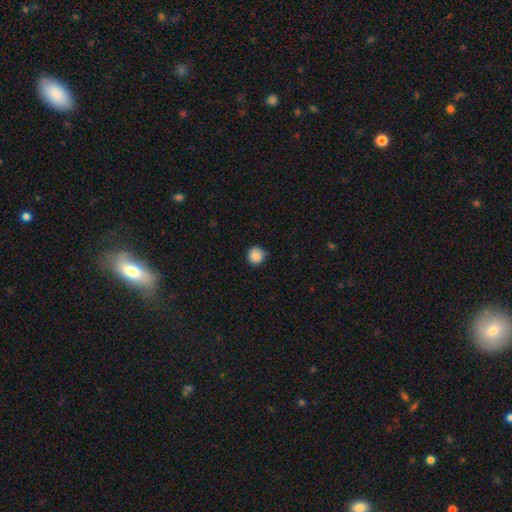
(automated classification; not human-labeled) smooth-or-featured: smooth: 87% | star or artifact: 9% | featured or disk: 3%
  how-rounded: round: 94% | in between: 5% | cigar-shaped: 1%
  merging: none: 86% | minor disturbance: 11% | major disturbance: 2% | merger: 1%